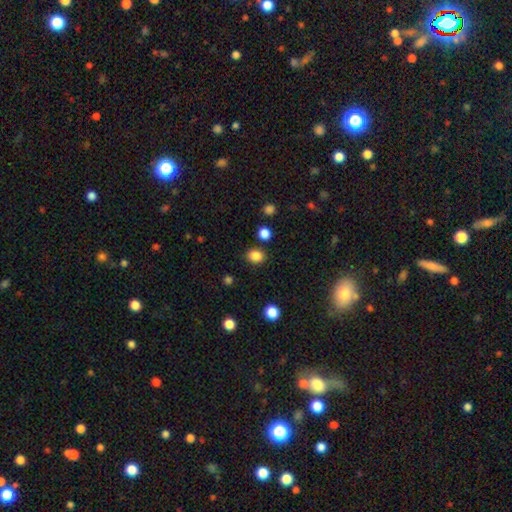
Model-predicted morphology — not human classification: A smooth galaxy with no disk features (85%) that is round (56%). Merging: none (85%).